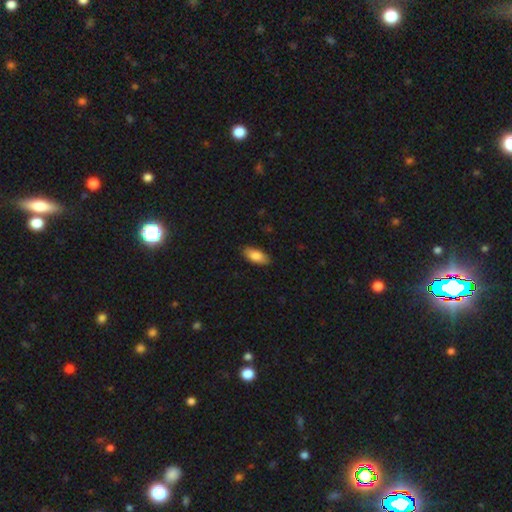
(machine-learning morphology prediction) Q: Smooth or featured?
A: smooth (83%); runner-up: featured or disk (11%)
Q: How rounded?
A: in between (85%); runner-up: cigar-shaped (13%)
Q: Merging?
A: none (86%); runner-up: minor disturbance (11%)